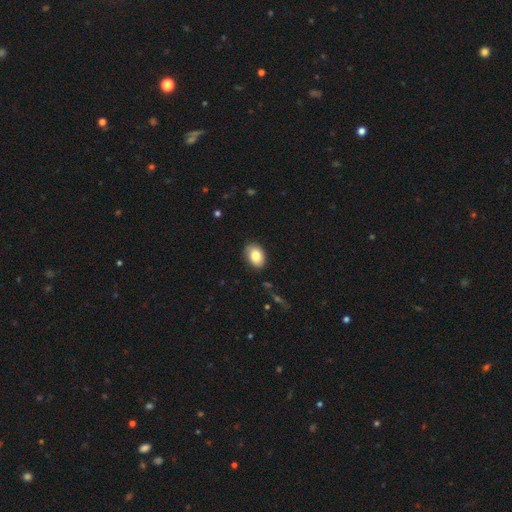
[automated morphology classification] A smooth galaxy with no disk features (84%) that is in between round and cigar-shaped (84%). Merging: none (83%).